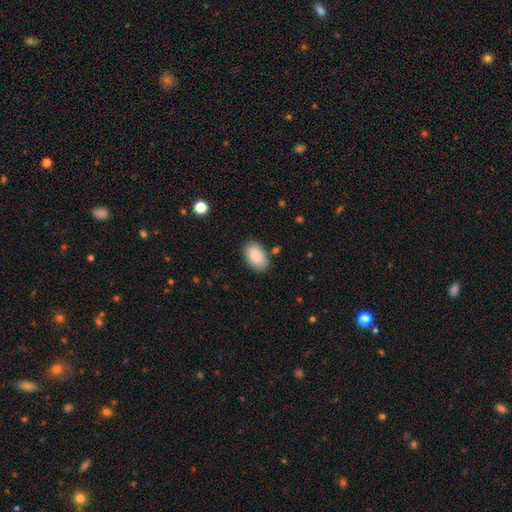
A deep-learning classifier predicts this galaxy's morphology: This is clearly a smooth galaxy (87%). How rounded: clearly in between (92%). Merging: clearly none (82%).